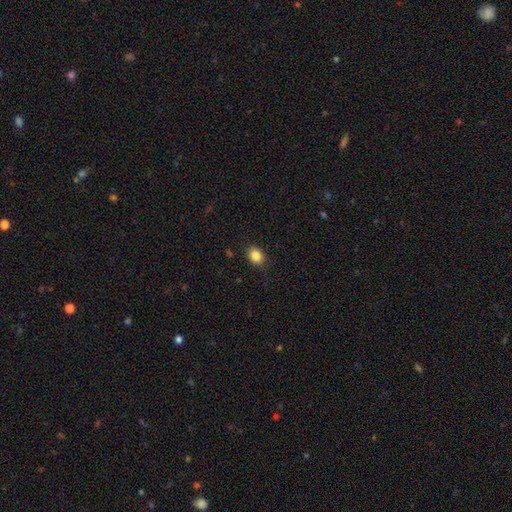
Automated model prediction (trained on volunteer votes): Smooth or featured?
  - smooth: 85% *
  - star or artifact: 9%
  - featured or disk: 5%
How rounded?
  - in between: 59% *
  - round: 40%
  - cigar-shaped: 1%
Merging?
  - none: 87% *
  - minor disturbance: 10%
  - major disturbance: 2%
  - merger: 1%